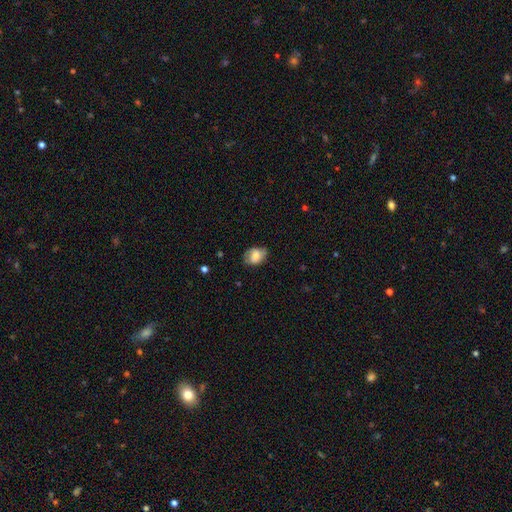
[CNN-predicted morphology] Smooth or featured? Predicted: smooth (p=0.68). How rounded? Predicted: in between (p=0.70). Merging? Predicted: none (p=0.64).